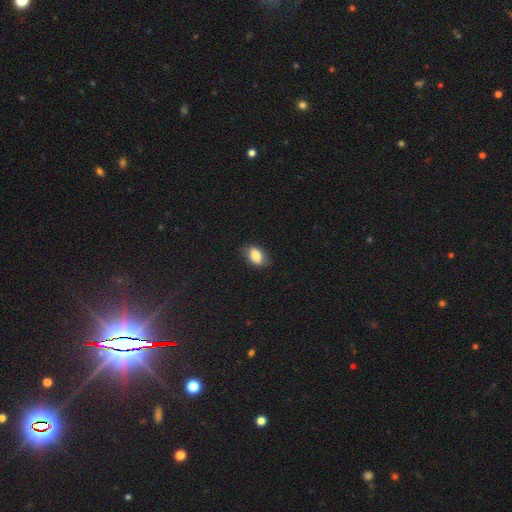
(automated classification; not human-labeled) Smooth or featured? Predicted: smooth (p=0.80). How rounded? Predicted: in between (p=0.87). Merging? Predicted: none (p=0.78).